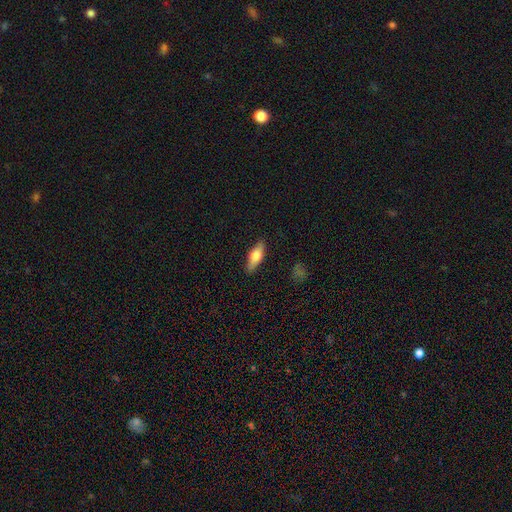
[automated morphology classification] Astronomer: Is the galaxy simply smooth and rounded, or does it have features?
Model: smooth — 61%.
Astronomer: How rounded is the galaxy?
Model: in between — 57% (runner-up: cigar-shaped, 41%).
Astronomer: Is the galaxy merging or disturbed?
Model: none — 87%.